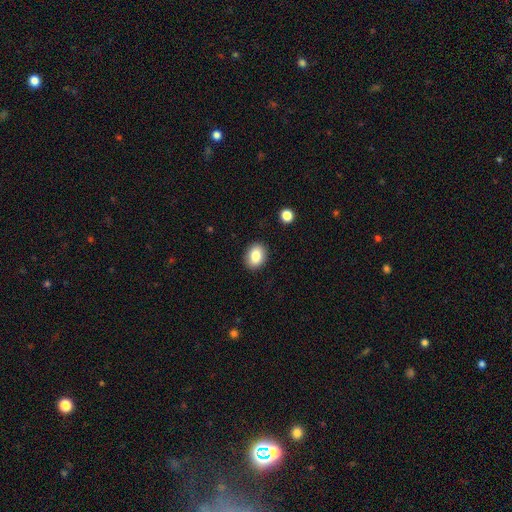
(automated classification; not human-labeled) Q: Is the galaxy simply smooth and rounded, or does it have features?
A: smooth — 84%.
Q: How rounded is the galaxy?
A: in between — 64%.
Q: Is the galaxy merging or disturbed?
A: none — 89%.